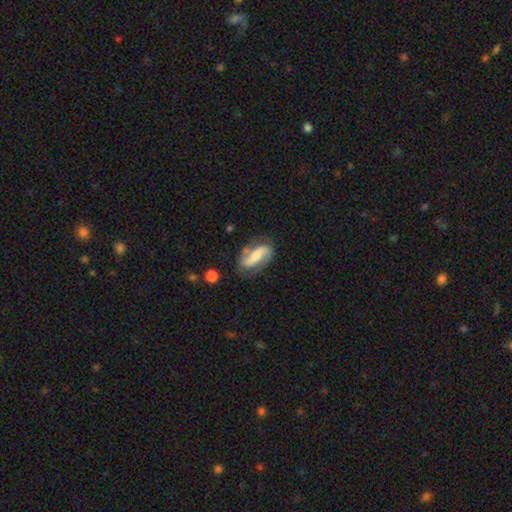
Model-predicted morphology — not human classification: Q: Smooth or featured?
A: featured or disk (73%); runner-up: smooth (22%)
Q: Edge-on disk?
A: no (93%); runner-up: yes (7%)
Q: Bar?
A: strong (39%); runner-up: no (33%)
Q: Spiral arms?
A: yes (91%); runner-up: no (9%)
Q: Spiral winding?
A: loose (49%); runner-up: medium (34%)
Q: Spiral arm count?
A: 2 (89%); runner-up: can't tell (5%)
Q: Bulge size?
A: moderate (44%); runner-up: small (43%)
Q: Merging?
A: none (71%); runner-up: minor disturbance (18%)